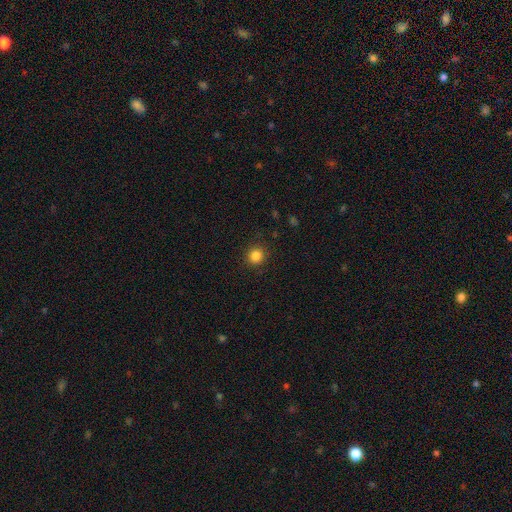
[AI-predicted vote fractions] A smooth galaxy with no disk features (84%) that is round (92%).

Vote fractions:
- Smooth or featured? smooth: 84% / star or artifact: 12% / featured or disk: 4%
- How rounded? round: 92% / in between: 8% / cigar-shaped: 1%
- Merging? none: 90% / minor disturbance: 7% / major disturbance: 2% / merger: 1%